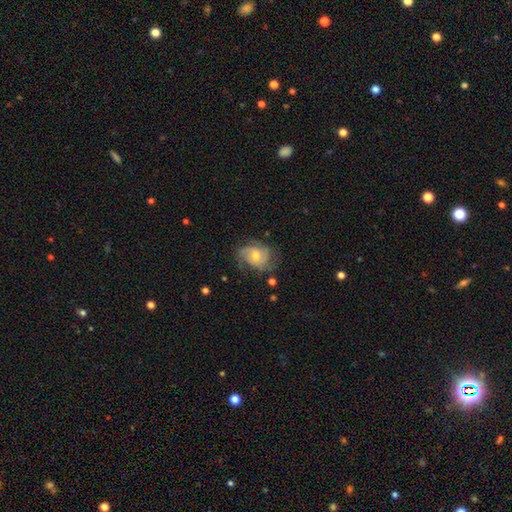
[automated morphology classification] Smooth or featured? featured or disk (73%)
Edge-on disk? no (97%)
Bar? no (65%)
Spiral arms? yes (91%)
Spiral winding? medium (44%)
Spiral arm count? 2 (32%, tied with 3)
Bulge size? moderate (57%)
Merging? none (65%)